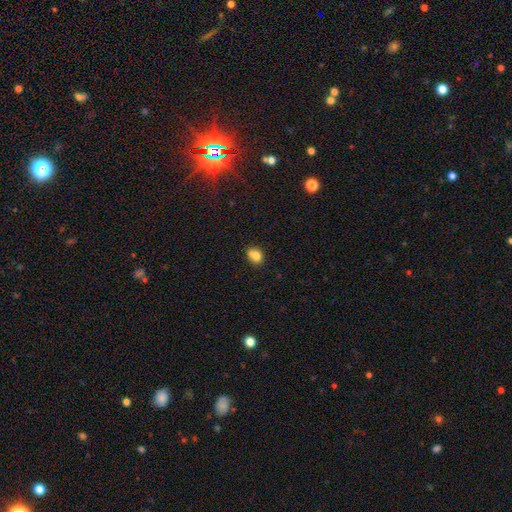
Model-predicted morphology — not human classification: Q: Smooth or featured?
A: smooth (76%); runner-up: featured or disk (13%)
Q: How rounded?
A: round (53%); runner-up: in between (46%)
Q: Merging?
A: none (50%); runner-up: merger (28%)